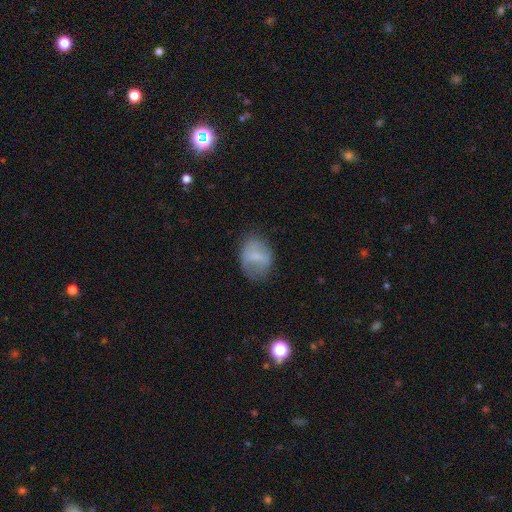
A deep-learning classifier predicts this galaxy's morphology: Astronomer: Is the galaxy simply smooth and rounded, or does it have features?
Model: smooth — 64%.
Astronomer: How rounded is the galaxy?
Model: in between — 70%.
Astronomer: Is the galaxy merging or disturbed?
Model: none — 65%.